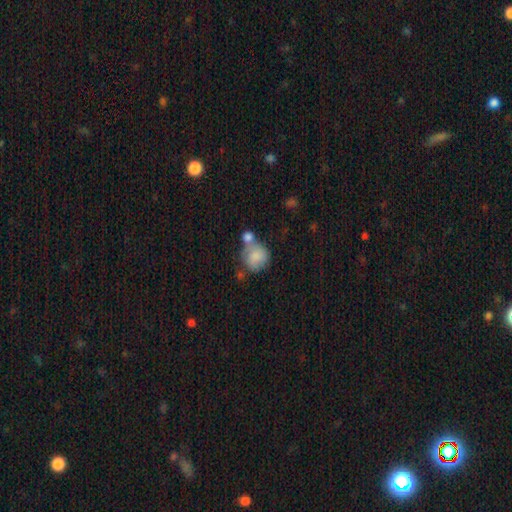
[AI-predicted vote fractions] A smooth galaxy with no disk features (79%) that is round (77%).

Vote fractions:
- Smooth or featured? smooth: 79% / featured or disk: 14% / star or artifact: 7%
- How rounded? round: 77% / in between: 22% / cigar-shaped: 1%
- Merging? merger: 40% / none: 34% / minor disturbance: 17% / major disturbance: 9%